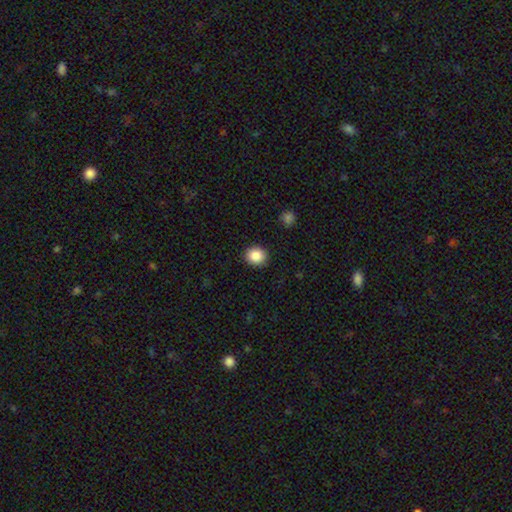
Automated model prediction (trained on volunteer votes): A smooth galaxy with no disk features (87%) that is round (79%). Merging: none (91%).